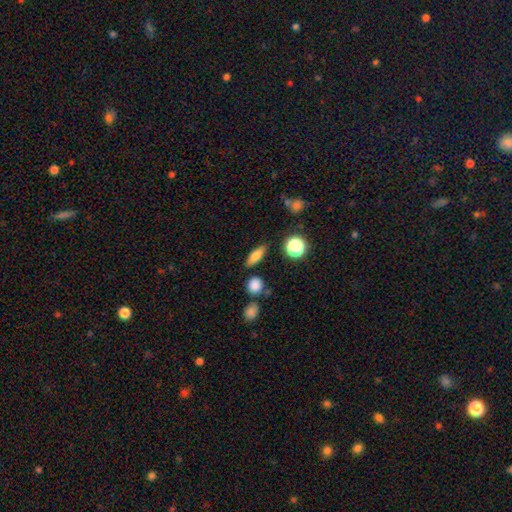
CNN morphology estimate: This is likely a smooth galaxy (74%). How rounded: possibly in between (60%). Merging: clearly none (85%).